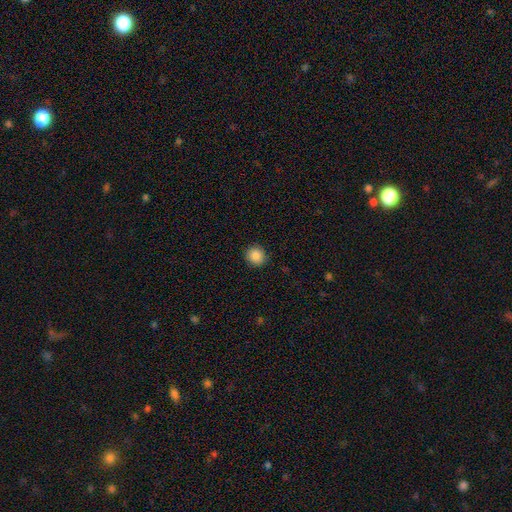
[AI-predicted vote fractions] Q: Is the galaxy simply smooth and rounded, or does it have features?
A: smooth — 87%.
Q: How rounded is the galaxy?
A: round — 89%.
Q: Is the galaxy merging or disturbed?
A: none — 90%.